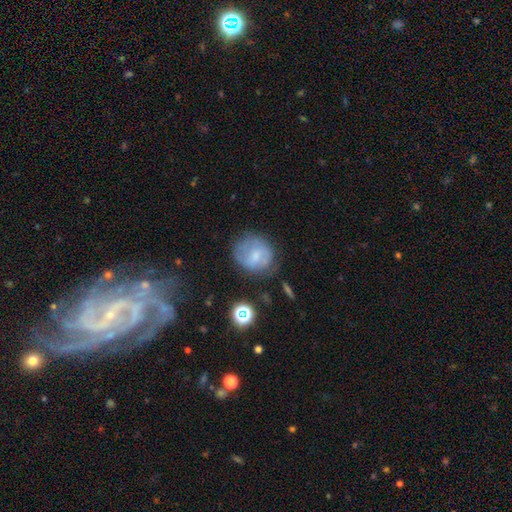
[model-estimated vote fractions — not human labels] Smooth or featured?
  - smooth: 56% *
  - featured or disk: 34%
  - star or artifact: 10%
How rounded?
  - round: 78% *
  - in between: 21%
  - cigar-shaped: 1%
Merging?
  - none: 59% *
  - minor disturbance: 25%
  - major disturbance: 13%
  - merger: 3%